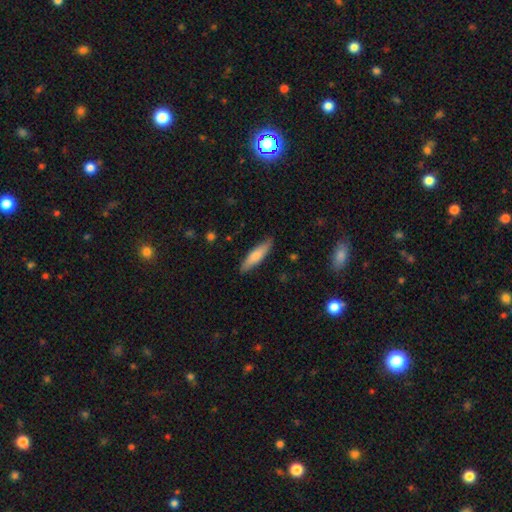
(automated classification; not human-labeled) A smooth galaxy with no disk features (72%) that is cigar-shaped (71%).

Vote fractions:
- Smooth or featured? smooth: 72% / featured or disk: 23% / star or artifact: 5%
- How rounded? cigar-shaped: 71% / in between: 27% / round: 2%
- Merging? none: 87% / minor disturbance: 10% / major disturbance: 2% / merger: 1%